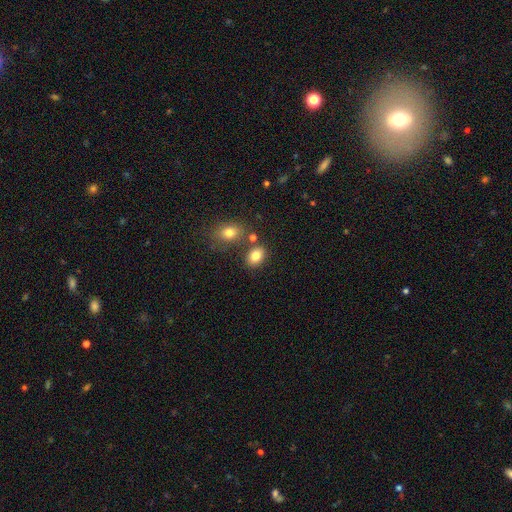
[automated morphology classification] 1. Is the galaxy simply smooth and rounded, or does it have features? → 81% smooth, 11% star or artifact, 8% featured or disk.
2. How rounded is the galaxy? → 70% in between, 29% round, 1% cigar-shaped.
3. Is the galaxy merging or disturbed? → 71% none, 14% merger, 12% minor disturbance, 4% major disturbance.